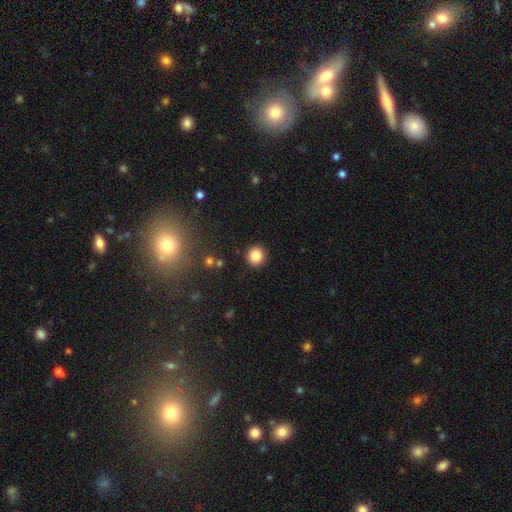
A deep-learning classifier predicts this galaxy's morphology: This appears to be a smooth galaxy with no disk features (85%) that is round (92%). Merging: none (91%).